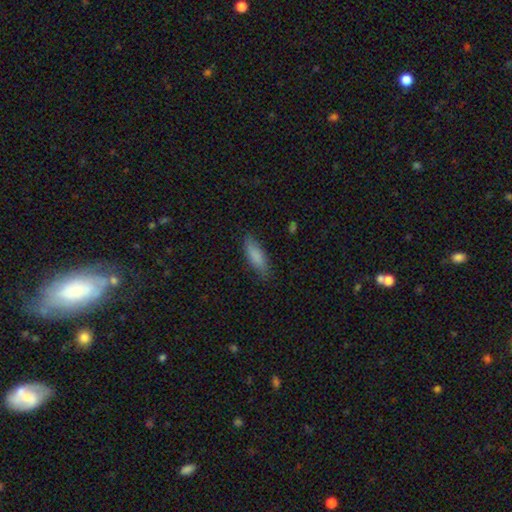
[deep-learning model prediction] A smooth galaxy with no disk features (85%) that is in between round and cigar-shaped (54%).

Vote fractions:
- Smooth or featured? smooth: 85% / featured or disk: 9% / star or artifact: 6%
- How rounded? in between: 54% / cigar-shaped: 44% / round: 2%
- Merging? none: 81% / minor disturbance: 15% / major disturbance: 3% / merger: 1%